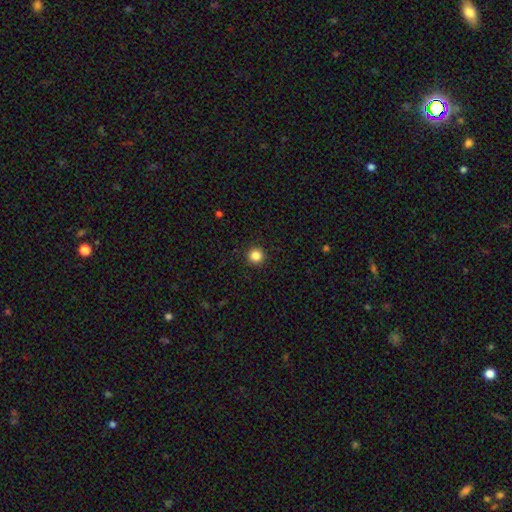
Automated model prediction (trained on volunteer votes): smooth 85%, star or artifact 11%, featured or disk 4%. Down the decision tree: how rounded — round (96%); merging — none (93%).